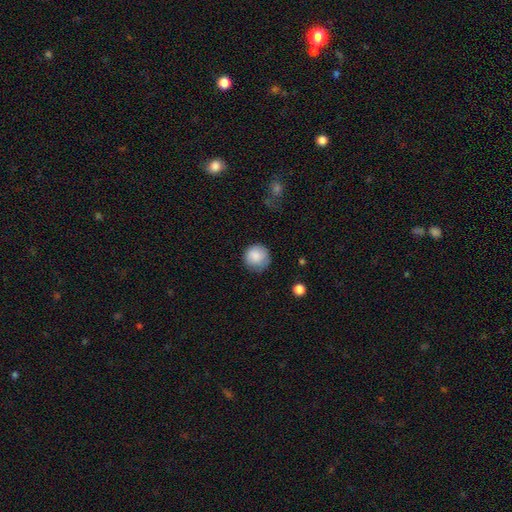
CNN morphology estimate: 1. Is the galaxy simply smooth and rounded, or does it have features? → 85% smooth, 7% star or artifact, 7% featured or disk.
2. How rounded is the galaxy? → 93% round, 6% in between, 1% cigar-shaped.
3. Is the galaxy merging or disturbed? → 78% none, 16% minor disturbance, 4% major disturbance, 1% merger.